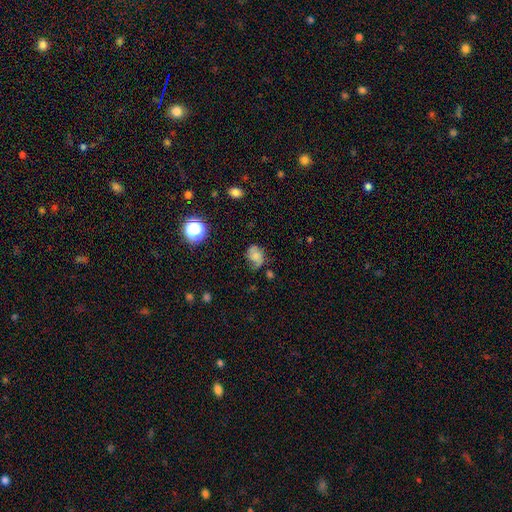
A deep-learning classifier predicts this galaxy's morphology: Smooth or featured? Predicted: smooth (p=0.43, tied with featured or disk). Merging? Predicted: none (p=0.51).